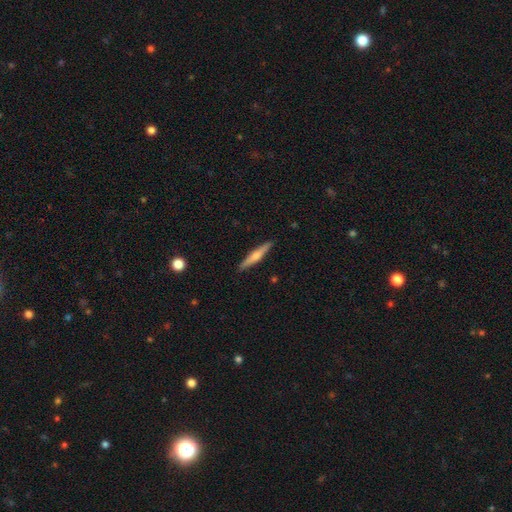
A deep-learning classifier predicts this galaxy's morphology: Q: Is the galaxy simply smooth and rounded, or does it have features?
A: featured or disk — 48%.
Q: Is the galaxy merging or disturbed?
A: none — 91%.